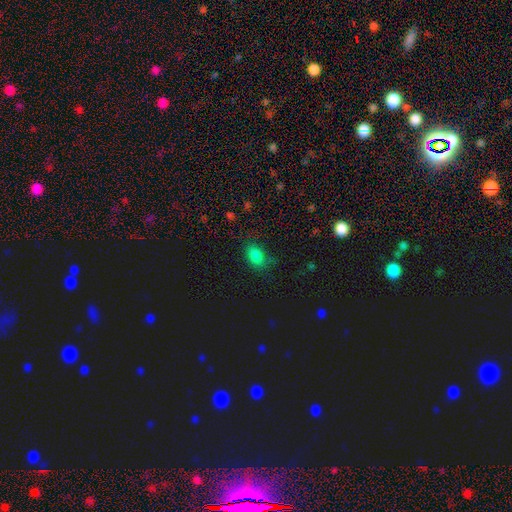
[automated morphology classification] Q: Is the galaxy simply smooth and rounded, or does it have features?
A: smooth — 80%.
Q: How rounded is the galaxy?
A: in between — 83%.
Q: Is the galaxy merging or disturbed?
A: none — 72%.